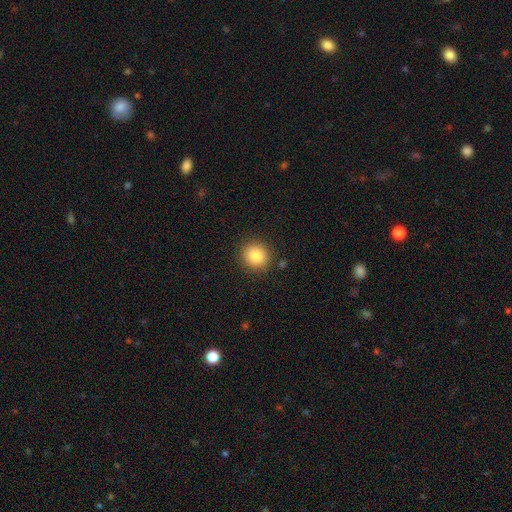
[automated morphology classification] Smooth or featured? smooth (86%)
How rounded? round (89%)
Merging? none (89%)